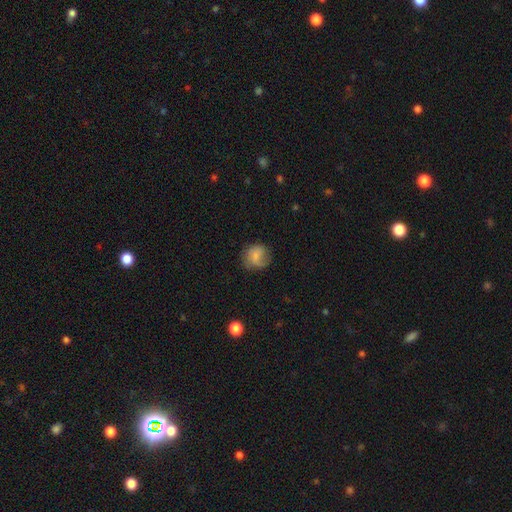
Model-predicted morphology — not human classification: Q: Smooth or featured?
A: smooth (58%); runner-up: featured or disk (33%)
Q: How rounded?
A: round (76%); runner-up: in between (23%)
Q: Merging?
A: none (58%); runner-up: minor disturbance (25%)